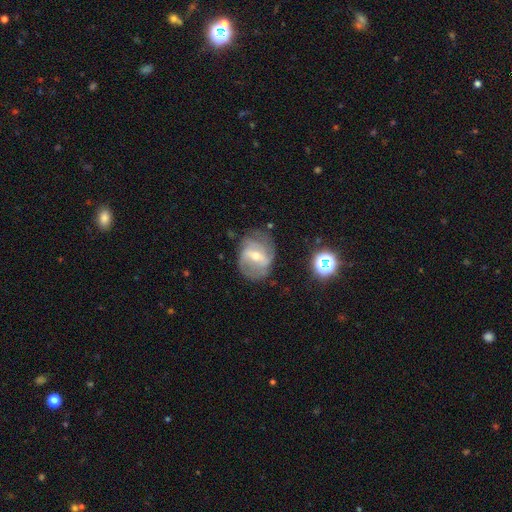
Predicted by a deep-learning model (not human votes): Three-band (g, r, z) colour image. It shows a featured or disk galaxy (74%) with a weak bar (45%), 2 (53%) medium (42%) spiral arms (78%) and a moderate central bulge (56%). Merging: none (62%).